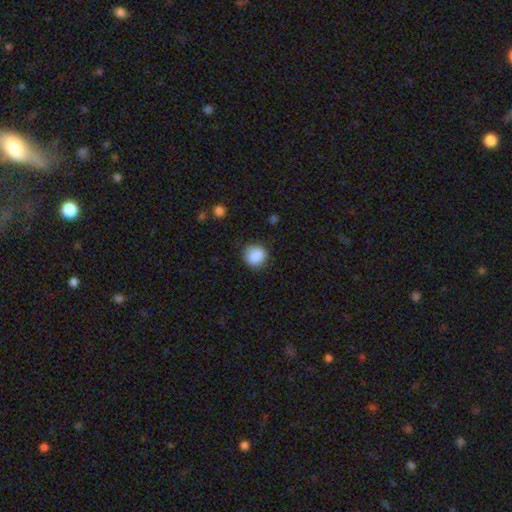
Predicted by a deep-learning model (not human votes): Morphology: type=smooth (88%); roundness=round (87%); merging=none (84%).